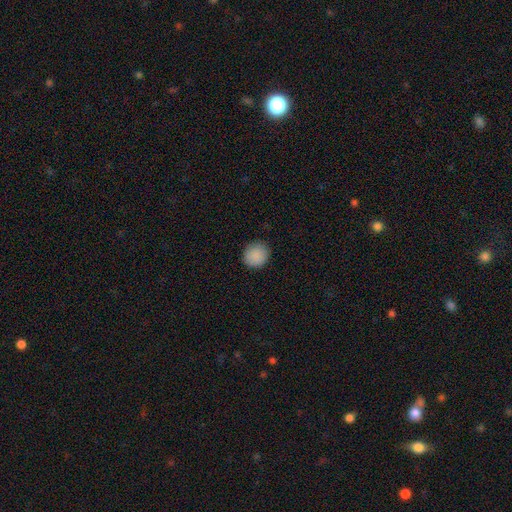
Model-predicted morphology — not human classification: The model was most divided on "how rounded": round: 87%, in between: 12%, cigar-shaped: 1%. More confident: merging — none (90%); smooth or featured — smooth (89%).